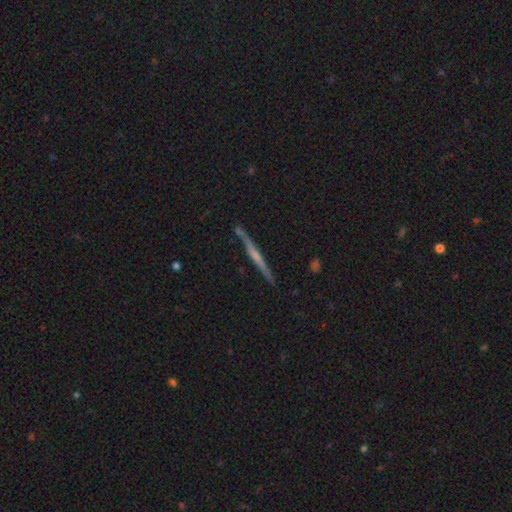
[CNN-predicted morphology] Overall: featured or disk (68%). Edge-on disk: yes (97%). Edge-on bulge: rounded (45%; none 43%). Merging: none (86%).